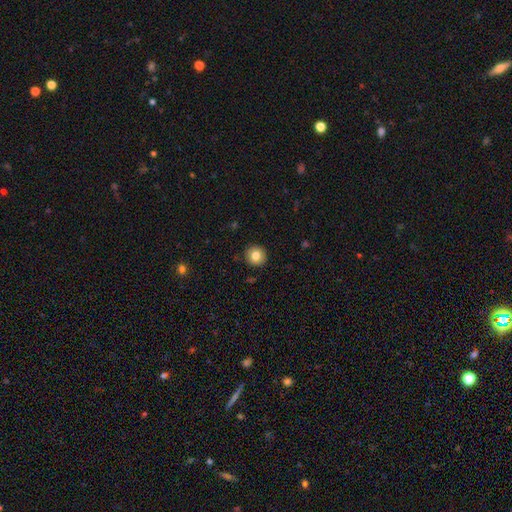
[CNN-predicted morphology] A smooth galaxy with no disk features (81%) that is round (94%).

Vote fractions:
- Smooth or featured? smooth: 81% / star or artifact: 9% / featured or disk: 9%
- How rounded? round: 94% / in between: 5% / cigar-shaped: 1%
- Merging? none: 92% / minor disturbance: 5% / major disturbance: 2% / merger: 1%